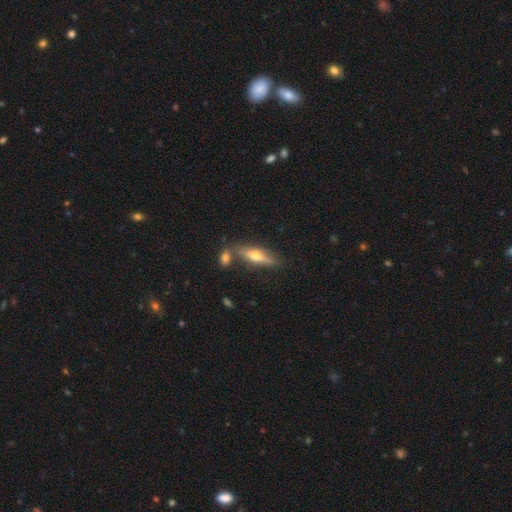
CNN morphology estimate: smooth-or-featured: featured or disk: 56% | smooth: 38% | star or artifact: 6%
  disk-edge-on: yes: 92% | no: 8%
    edge-on-bulge: rounded: 94% | boxy: 3% | none: 3%
  merging: none: 71% | merger: 13% | minor disturbance: 12% | major disturbance: 3%